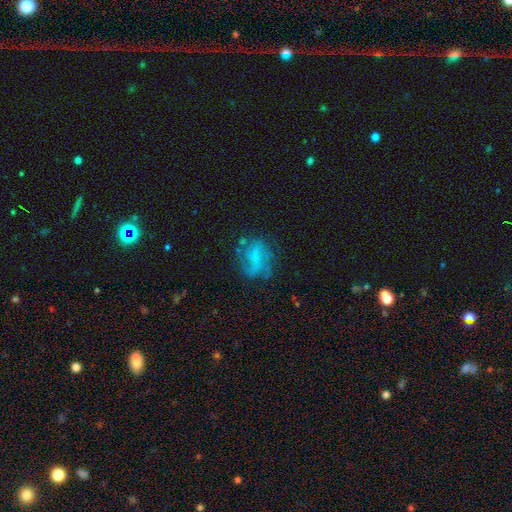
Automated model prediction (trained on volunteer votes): The model was most divided on "bar": no: 43%, weak: 39%, strong: 18%. More confident: edge-on disk — no (97%); spiral arms — yes (76%); bulge size — none (61%); merging — none (59%); smooth or featured — featured or disk (58%).